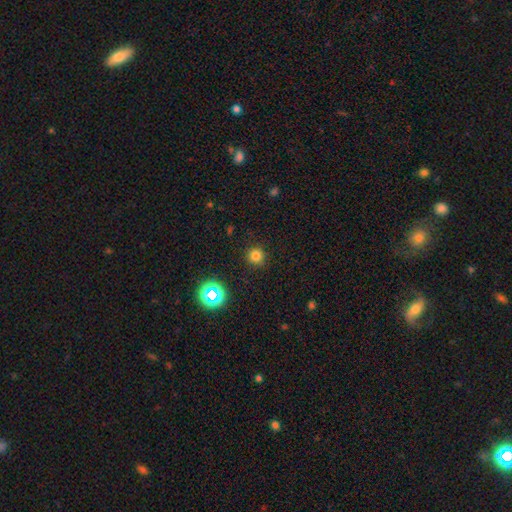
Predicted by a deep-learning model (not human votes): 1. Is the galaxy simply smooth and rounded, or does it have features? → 76% smooth, 19% star or artifact, 6% featured or disk.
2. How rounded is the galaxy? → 95% round, 4% in between, 1% cigar-shaped.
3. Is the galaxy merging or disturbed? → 90% none, 7% minor disturbance, 3% major disturbance, 1% merger.